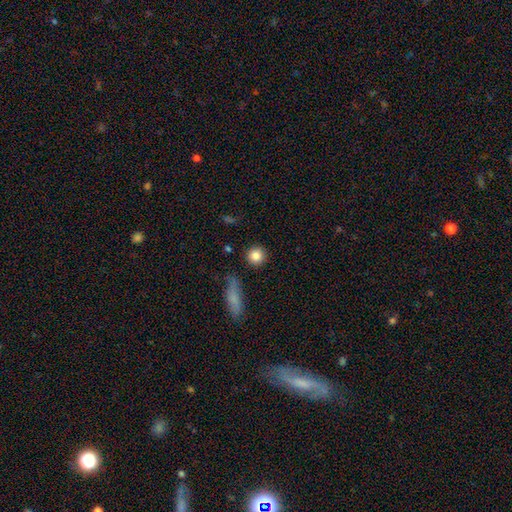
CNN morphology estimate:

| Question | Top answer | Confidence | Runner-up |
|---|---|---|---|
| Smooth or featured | smooth | 84% | star or artifact (9%) |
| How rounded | round | 92% | in between (7%) |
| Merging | none | 88% | minor disturbance (7%) |